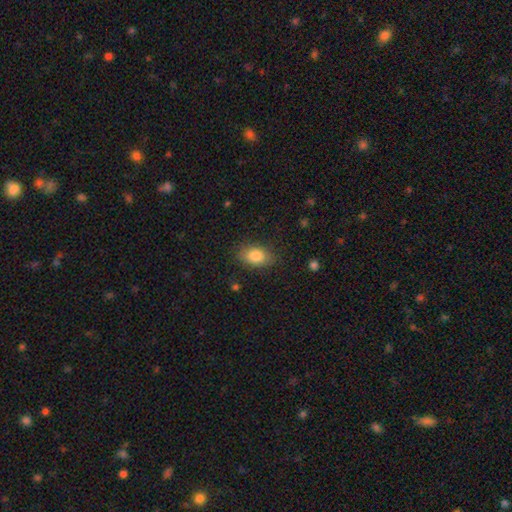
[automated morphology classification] This is clearly a smooth galaxy (84%). How rounded: clearly in between (85%). Merging: clearly none (82%).